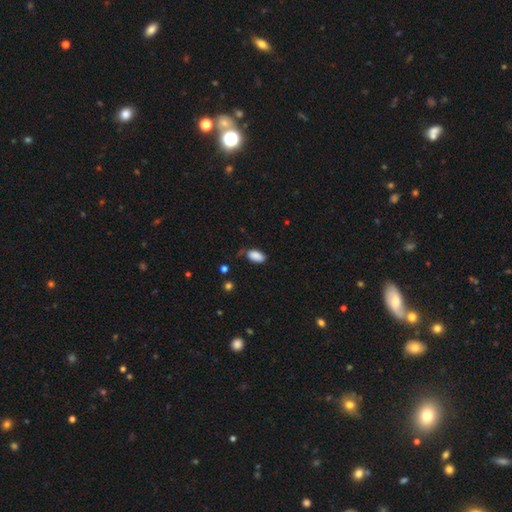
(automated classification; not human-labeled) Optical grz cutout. It shows a smooth galaxy with no disk features (88%) that is in between round and cigar-shaped (94%). Merging: none (63%).